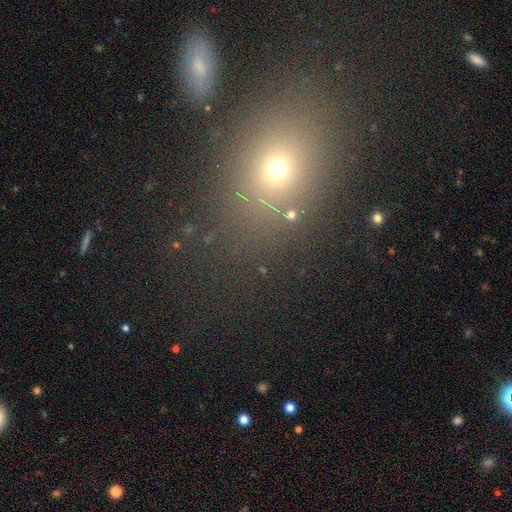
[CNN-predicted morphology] smooth 56%, star or artifact 32%, featured or disk 12%. Down the decision tree: how rounded — in between (54%); merging — none (78%).